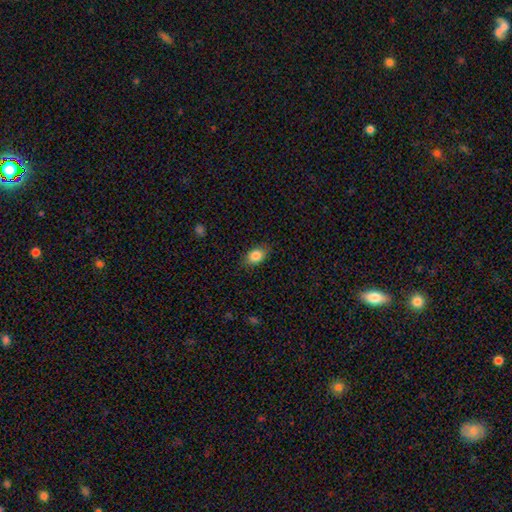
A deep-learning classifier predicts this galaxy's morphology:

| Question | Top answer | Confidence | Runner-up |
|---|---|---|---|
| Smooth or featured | smooth | 85% | star or artifact (8%) |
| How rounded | in between | 78% | round (20%) |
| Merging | none | 84% | minor disturbance (12%) |